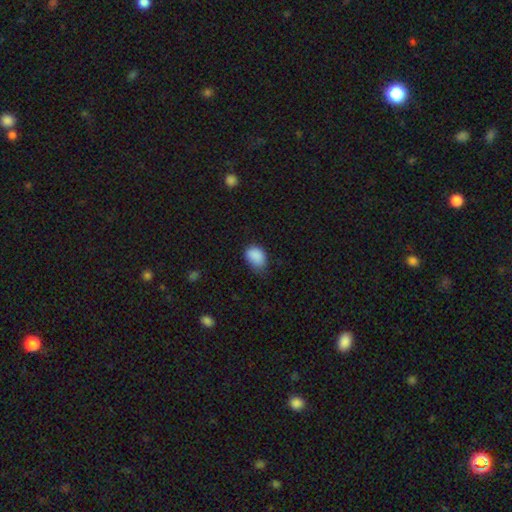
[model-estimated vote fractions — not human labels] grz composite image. It shows a smooth galaxy with no disk features (87%) that is in between round and cigar-shaped (76%). Merging: none (55%).